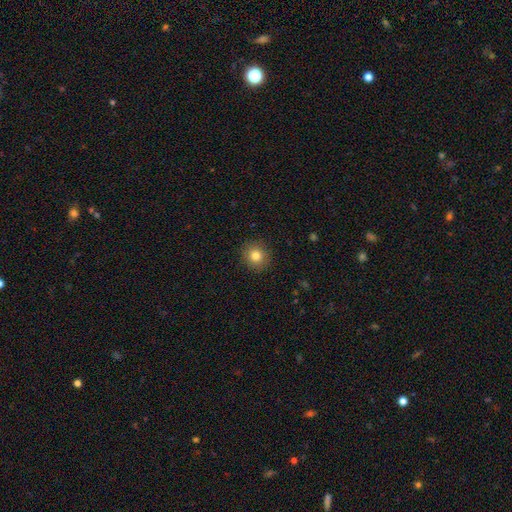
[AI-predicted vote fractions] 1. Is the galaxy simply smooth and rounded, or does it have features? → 81% smooth, 11% star or artifact, 8% featured or disk.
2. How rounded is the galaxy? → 91% round, 8% in between, 1% cigar-shaped.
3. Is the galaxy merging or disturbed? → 91% none, 6% minor disturbance, 2% major disturbance, 1% merger.